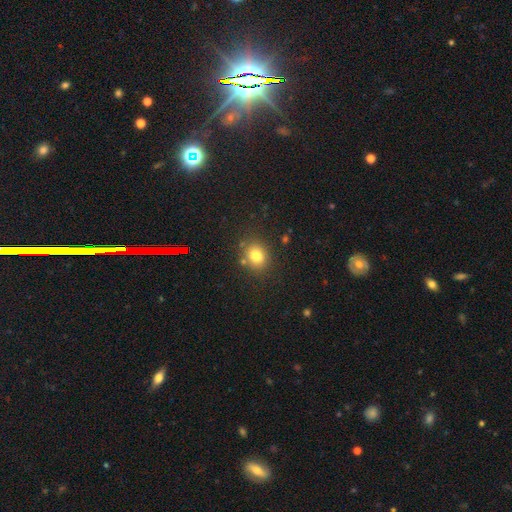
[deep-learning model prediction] Smooth or featured?
  - smooth: 78% *
  - star or artifact: 13%
  - featured or disk: 9%
How rounded?
  - round: 61% *
  - in between: 38%
  - cigar-shaped: 1%
Merging?
  - none: 79% *
  - minor disturbance: 12%
  - merger: 6%
  - major disturbance: 4%